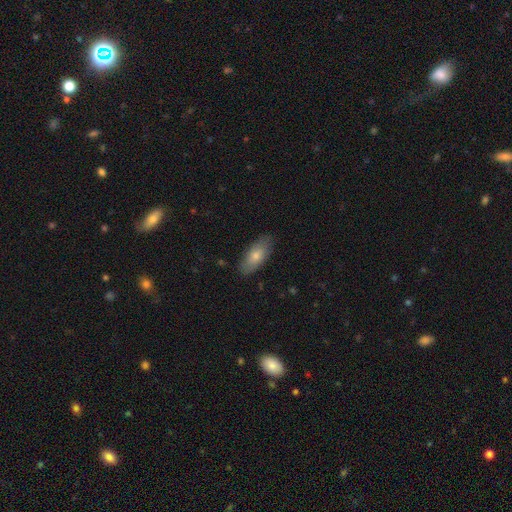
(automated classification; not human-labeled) A smooth galaxy with no disk features (75%) that is in between round and cigar-shaped (84%).

Vote fractions:
- Smooth or featured? smooth: 75% / featured or disk: 19% / star or artifact: 6%
- How rounded? in between: 84% / cigar-shaped: 14% / round: 2%
- Merging? none: 83% / minor disturbance: 13% / major disturbance: 2% / merger: 1%